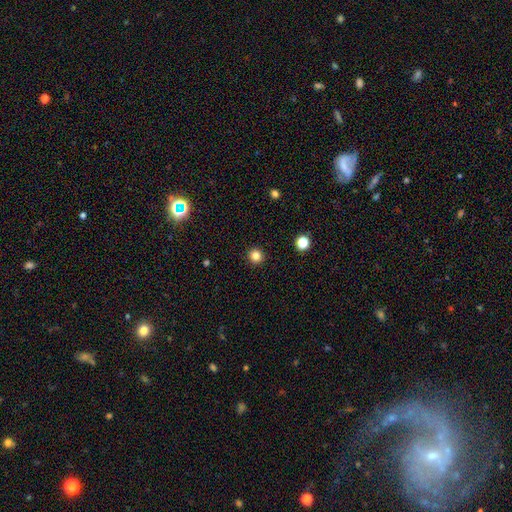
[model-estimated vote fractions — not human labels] smooth 82%, star or artifact 13%, featured or disk 5%. Down the decision tree: how rounded — round (94%); merging — none (93%).